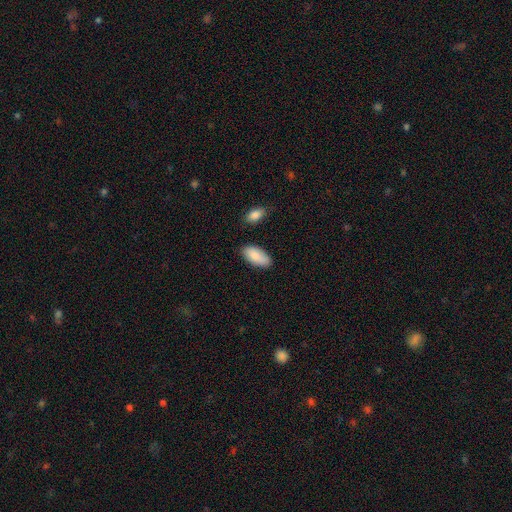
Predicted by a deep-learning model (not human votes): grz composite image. It shows a smooth galaxy with no disk features (87%) that is in between round and cigar-shaped (92%). Merging: none (80%).